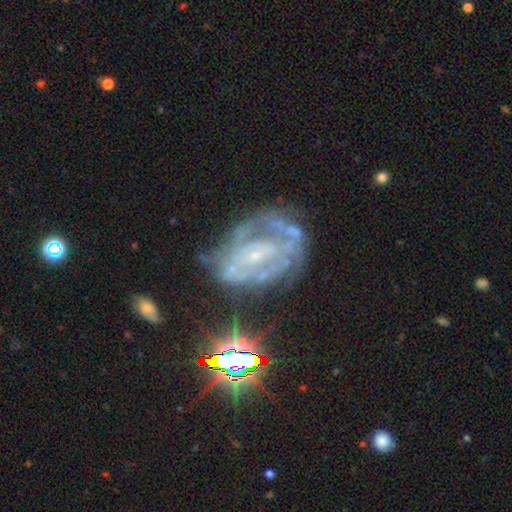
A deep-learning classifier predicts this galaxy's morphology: A featured or disk galaxy (72%) with no bar (56%), spiral arms (59%) and a small central bulge (69%).

Vote fractions:
- Smooth or featured? featured or disk: 72% / star or artifact: 14% / smooth: 14%
- Edge-on disk? no: 97% / yes: 3%
- Bar? no: 56% / weak: 32% / strong: 12%
- Spiral arms? yes: 59% / no: 41%
- Bulge size? small: 69% / none: 15% / moderate: 14% / large: 1% / dominant: 1%
- Merging? none: 45% / major disturbance: 25% / minor disturbance: 24% / merger: 6%